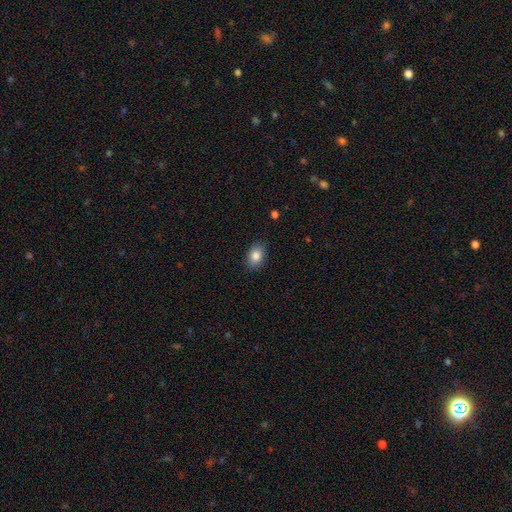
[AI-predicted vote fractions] The model was most divided on "how rounded": in between: 77%, round: 22%, cigar-shaped: 1%. More confident: merging — none (87%); smooth or featured — smooth (85%).